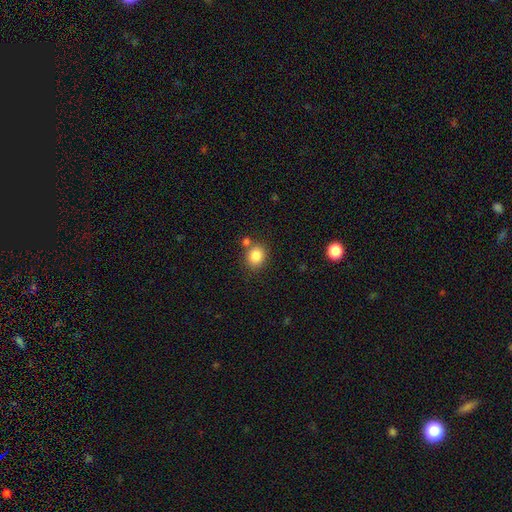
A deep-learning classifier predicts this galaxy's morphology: smooth 84%, star or artifact 10%, featured or disk 6%. Down the decision tree: how rounded — round (63%); merging — none (71%).